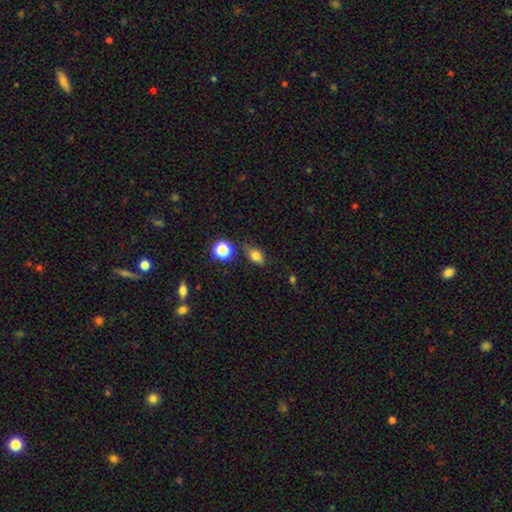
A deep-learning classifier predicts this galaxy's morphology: Smooth or featured?
  - smooth: 78% *
  - star or artifact: 13%
  - featured or disk: 9%
How rounded?
  - in between: 76% *
  - round: 20%
  - cigar-shaped: 4%
Merging?
  - none: 77% *
  - minor disturbance: 15%
  - merger: 5%
  - major disturbance: 4%